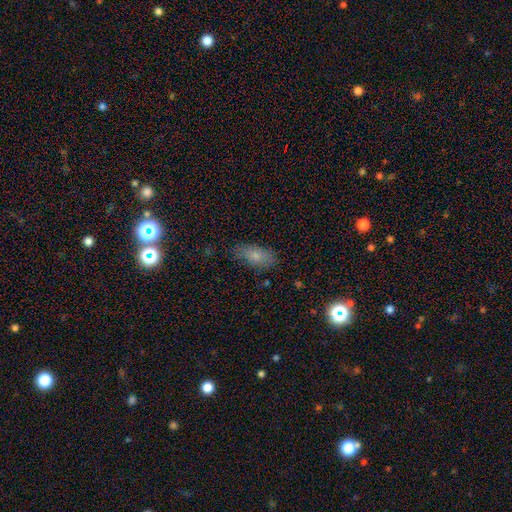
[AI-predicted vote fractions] Smooth or featured?
  - smooth: 79% *
  - featured or disk: 11%
  - star or artifact: 9%
How rounded?
  - in between: 87% *
  - cigar-shaped: 10%
  - round: 3%
Merging?
  - none: 75% *
  - minor disturbance: 19%
  - major disturbance: 4%
  - merger: 2%